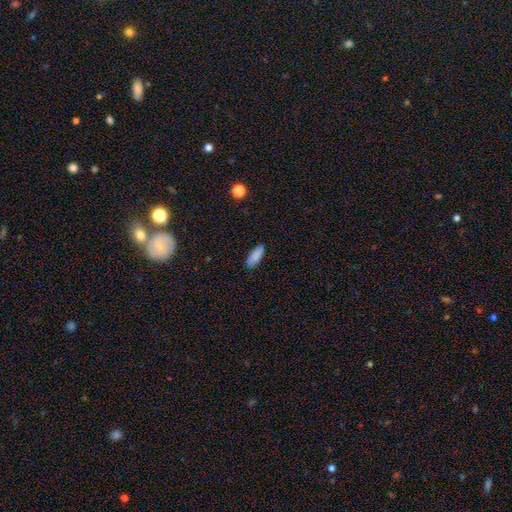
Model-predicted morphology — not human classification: The model was most divided on "how rounded": in between: 80%, cigar-shaped: 18%, round: 2%. More confident: smooth or featured — smooth (87%); merging — none (85%).